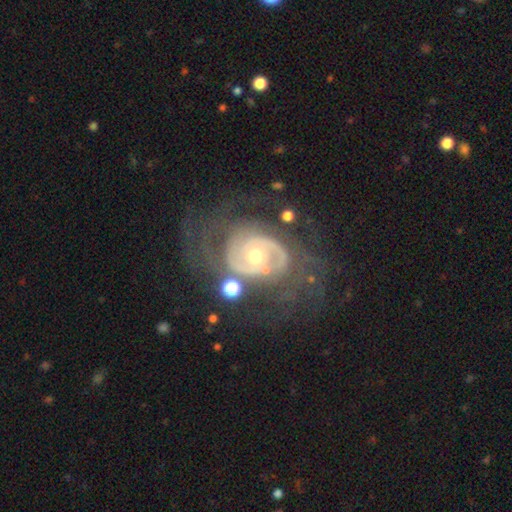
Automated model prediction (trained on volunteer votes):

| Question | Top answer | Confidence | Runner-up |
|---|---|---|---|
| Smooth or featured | featured or disk | 88% | smooth (6%) |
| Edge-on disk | no | 97% | yes (3%) |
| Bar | no | 72% | weak (21%) |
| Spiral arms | yes | 92% | no (8%) |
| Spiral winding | tight | 62% | medium (29%) |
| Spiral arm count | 2 | 54% | can't tell (22%) |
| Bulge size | moderate | 54% | small (42%) |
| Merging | none | 56% | minor disturbance (19%) |